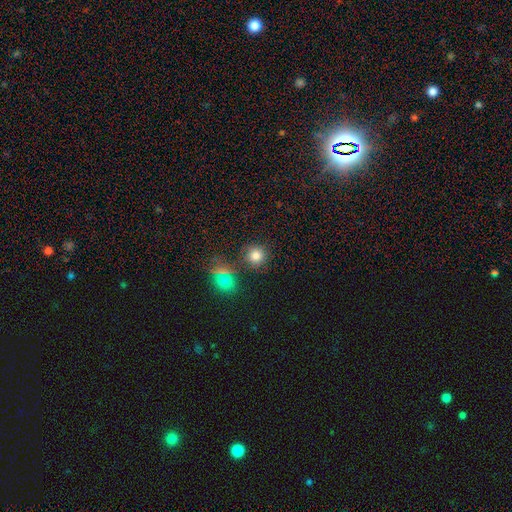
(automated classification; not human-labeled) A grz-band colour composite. It shows a smooth galaxy with no disk features (78%) that is round (90%). Merging: none (80%).